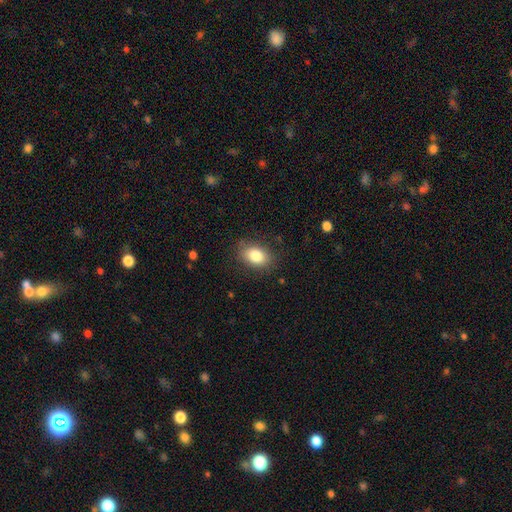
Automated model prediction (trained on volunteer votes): A smooth galaxy with no disk features (83%) that is in between round and cigar-shaped (81%).

Vote fractions:
- Smooth or featured? smooth: 83% / featured or disk: 9% / star or artifact: 8%
- How rounded? in between: 81% / round: 17% / cigar-shaped: 1%
- Merging? none: 82% / minor disturbance: 13% / major disturbance: 4% / merger: 1%